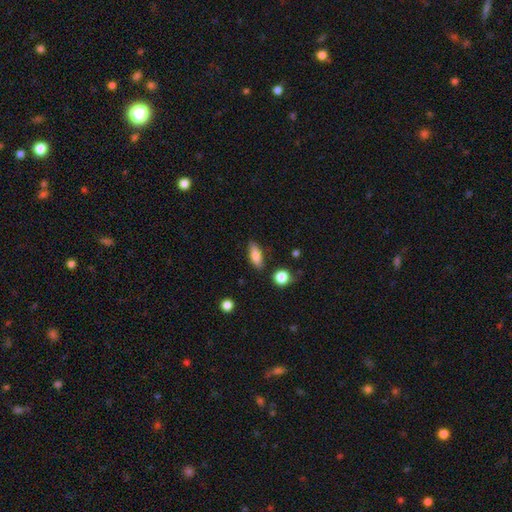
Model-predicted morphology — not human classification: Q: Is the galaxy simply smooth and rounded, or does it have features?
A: smooth — 82%.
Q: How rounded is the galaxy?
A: in between — 70%.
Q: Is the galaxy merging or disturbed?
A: none — 80%.